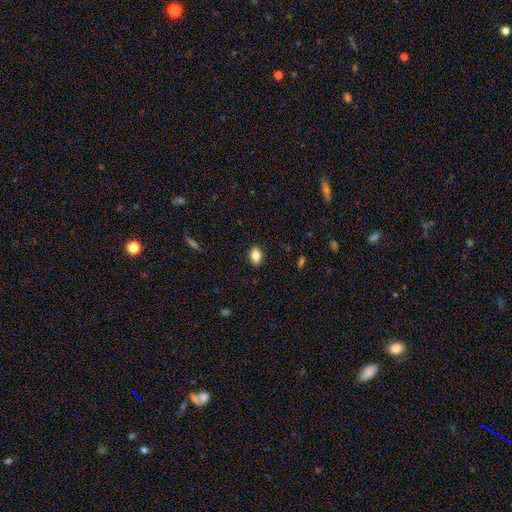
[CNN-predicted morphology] Smooth or featured? Predicted: smooth (p=0.85). How rounded? Predicted: in between (p=0.73). Merging? Predicted: none (p=0.88).